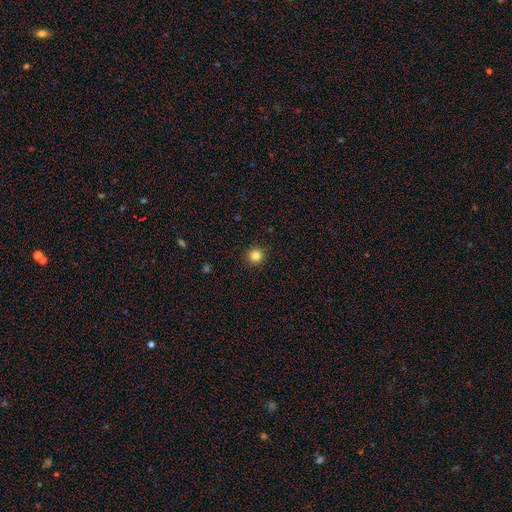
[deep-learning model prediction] This appears to be a smooth galaxy with no disk features (83%) that is round (95%). Merging: none (92%).